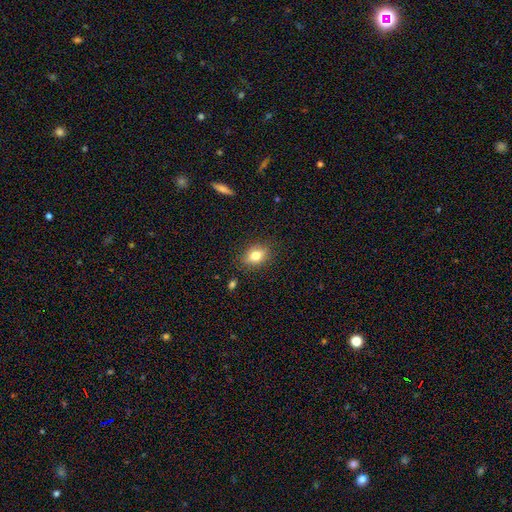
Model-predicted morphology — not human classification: This appears to be a smooth galaxy with no disk features (67%) that is in between round and cigar-shaped (70%). Merging: none (85%).